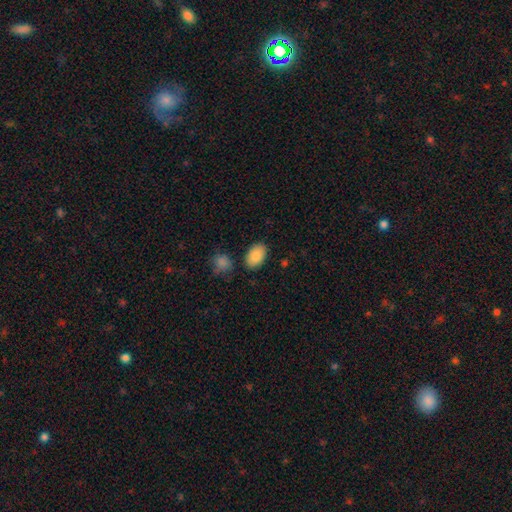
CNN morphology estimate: type=smooth (88%); roundness=in between (90%); merging=none (82%).